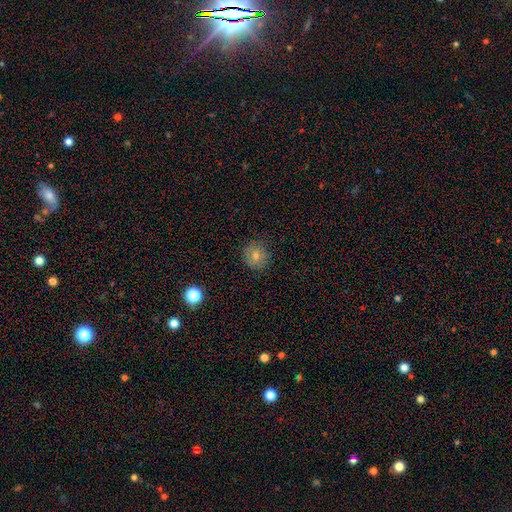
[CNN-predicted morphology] This appears to be a smooth galaxy with no disk features (75%) that is round (86%). Merging: none (80%).